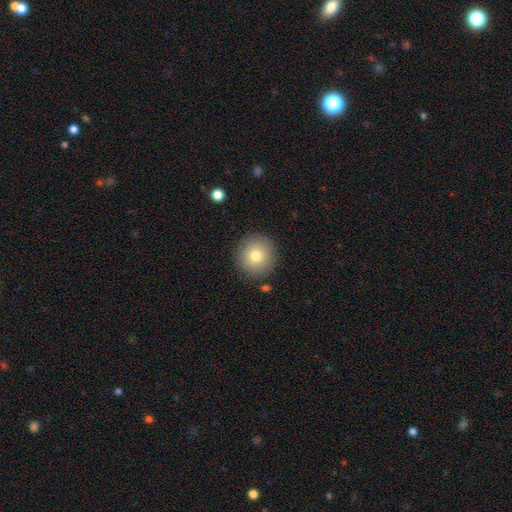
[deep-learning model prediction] This appears to be a smooth galaxy with no disk features (77%) that is round (94%). Merging: none (89%).